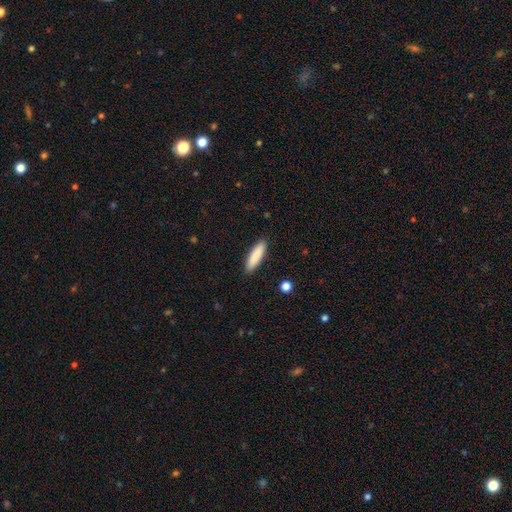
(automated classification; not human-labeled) Overall: smooth (87%). How rounded: cigar-shaped (68%; in between 31%). Merging: none (90%).